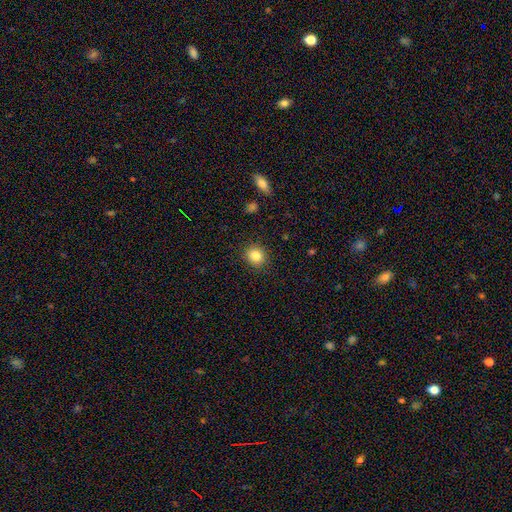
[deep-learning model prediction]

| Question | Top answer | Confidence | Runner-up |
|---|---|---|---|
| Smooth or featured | smooth | 85% | star or artifact (10%) |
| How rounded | round | 79% | in between (20%) |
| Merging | none | 90% | minor disturbance (7%) |